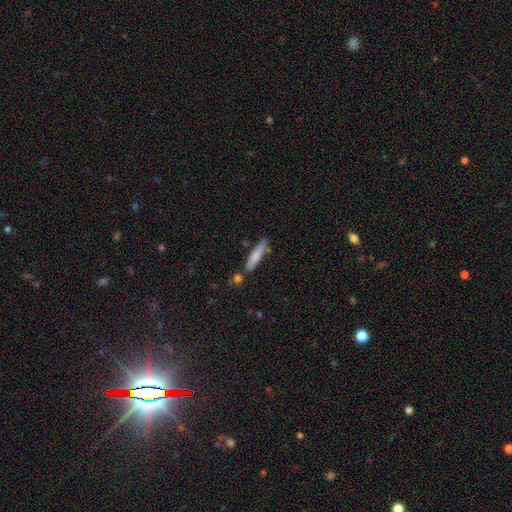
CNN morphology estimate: smooth-or-featured: smooth: 75% | featured or disk: 19% | star or artifact: 6%
  how-rounded: cigar-shaped: 85% | in between: 14% | round: 1%
  merging: none: 74% | minor disturbance: 15% | merger: 8% | major disturbance: 3%